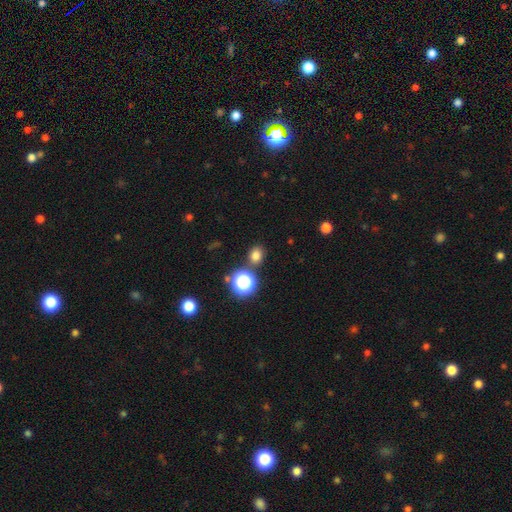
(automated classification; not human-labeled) Q: Smooth or featured?
A: smooth (75%); runner-up: star or artifact (20%)
Q: How rounded?
A: round (65%); runner-up: in between (34%)
Q: Merging?
A: none (81%); runner-up: minor disturbance (9%)